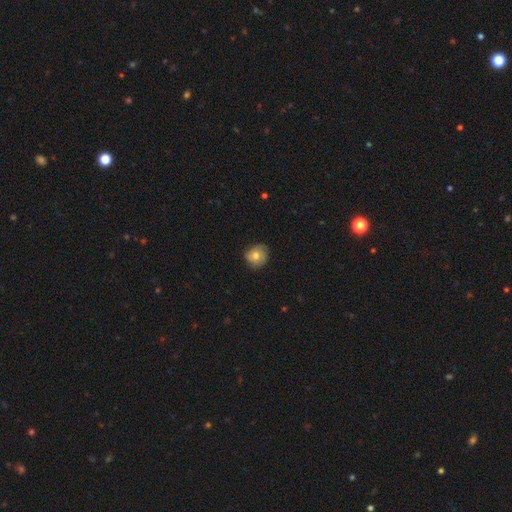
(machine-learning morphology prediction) smooth-or-featured: smooth: 70% | featured or disk: 22% | star or artifact: 9%
  how-rounded: round: 81% | in between: 18% | cigar-shaped: 1%
  merging: none: 71% | minor disturbance: 23% | major disturbance: 4% | merger: 1%